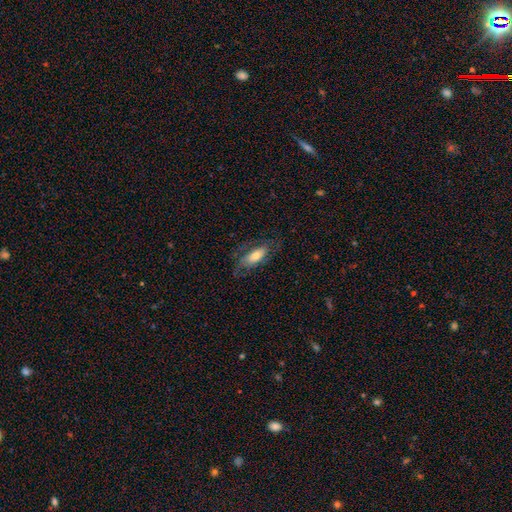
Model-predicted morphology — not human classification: smooth 50%, featured or disk 43%, star or artifact 7%. Down the decision tree: merging — none (63%).